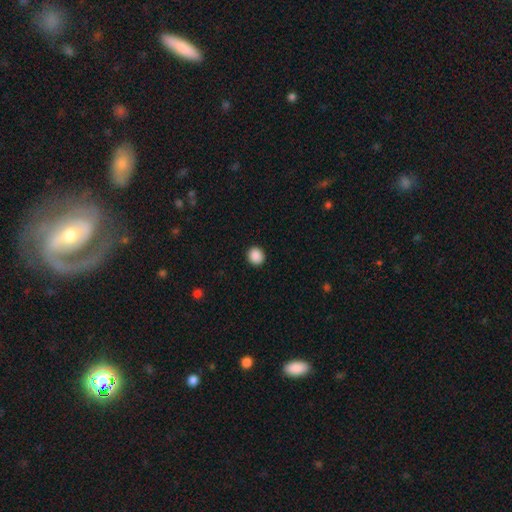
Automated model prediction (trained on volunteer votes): Smooth or featured? smooth (89%)
How rounded? round (77%)
Merging? none (92%)